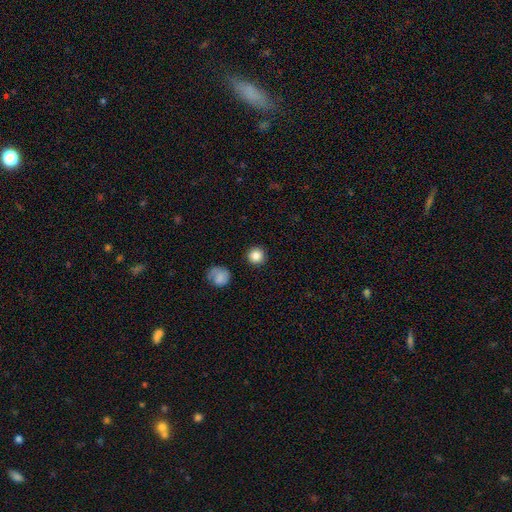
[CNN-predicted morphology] This is clearly a smooth galaxy (84%). How rounded: clearly round (95%). Merging: clearly none (90%).